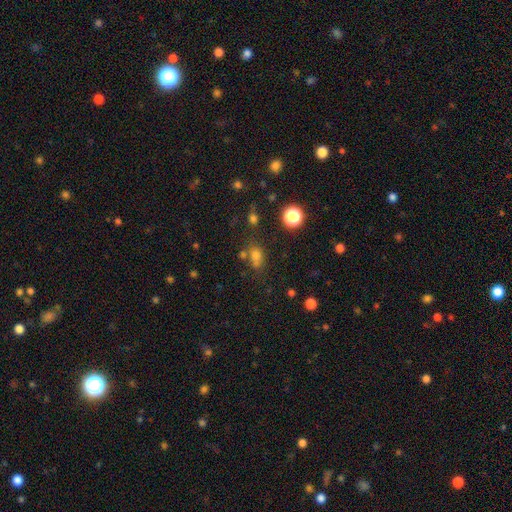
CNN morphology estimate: smooth-or-featured: smooth: 63% | star or artifact: 27% | featured or disk: 10%
  how-rounded: round: 50% | in between: 47% | cigar-shaped: 3%
  merging: none: 57% | merger: 22% | minor disturbance: 14% | major disturbance: 6%